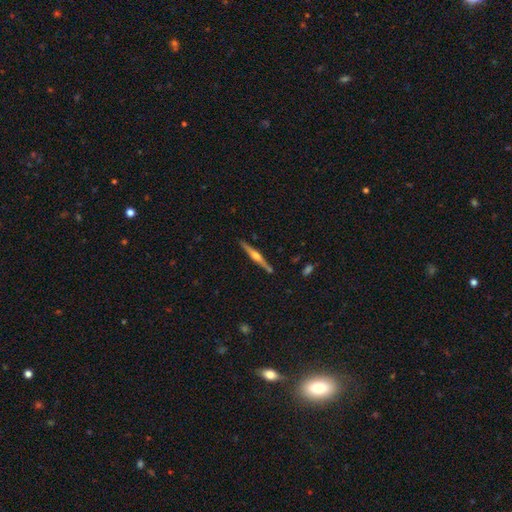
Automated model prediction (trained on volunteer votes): A featured or disk galaxy (77%) viewed edge-on (98%) with a rounded central bulge (90%). Merging: none (89%).